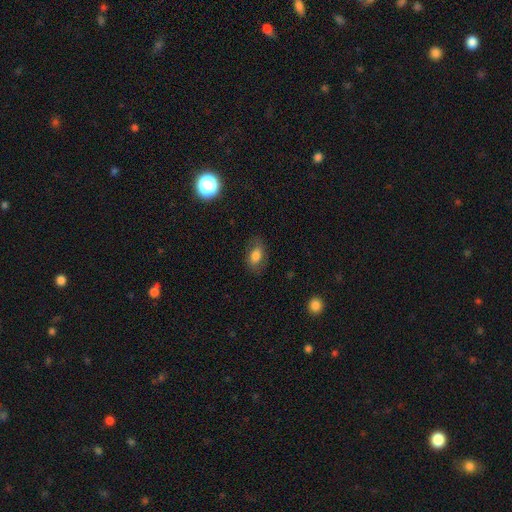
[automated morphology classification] This appears to be a smooth galaxy with no disk features (74%) that is in between round and cigar-shaped (86%). Merging: none (75%).